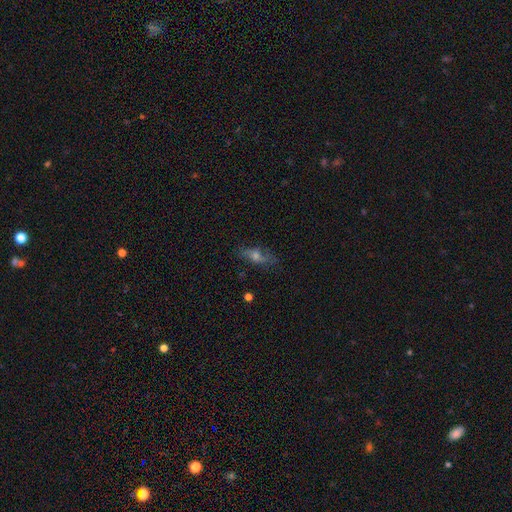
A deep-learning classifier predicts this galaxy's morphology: Smooth or featured? featured or disk (48%)
Merging? none (74%)